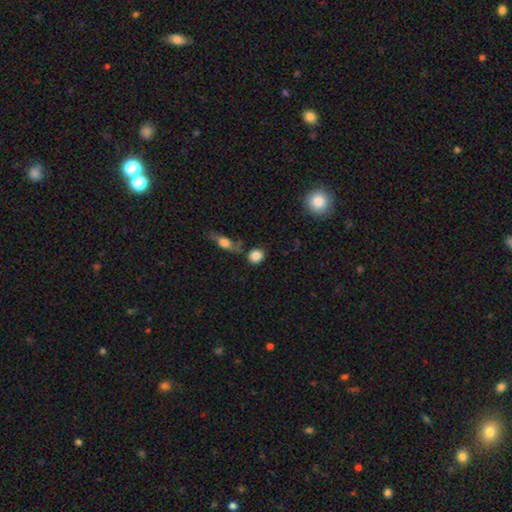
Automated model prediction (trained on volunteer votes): Smooth or featured: smooth — 85% (star or artifact — 9%)
How rounded: round — 73% (in between — 25%)
Merging: none — 69% (minor disturbance — 13%)